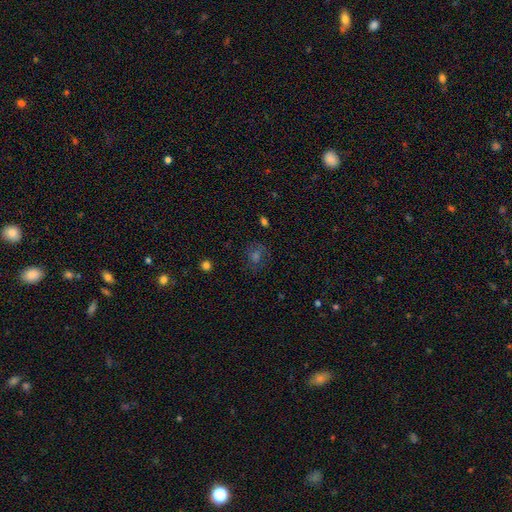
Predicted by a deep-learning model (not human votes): This is marginally a smooth galaxy (44%). Merging: likely none (76%).